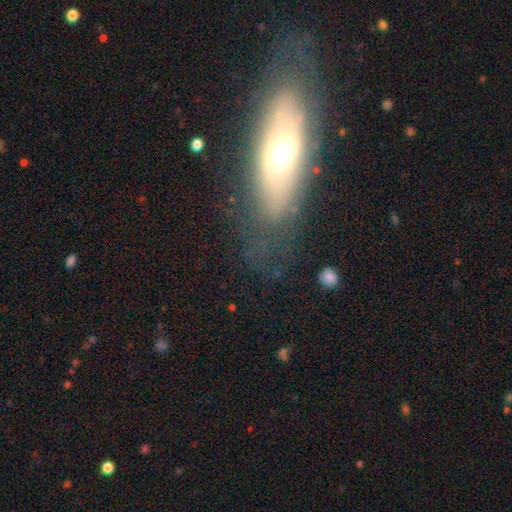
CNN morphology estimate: The model was most divided on "smooth or featured": featured or disk: 55%, smooth: 36%, star or artifact: 10%. More confident: edge-on disk — no (71%); merging — none (67%).